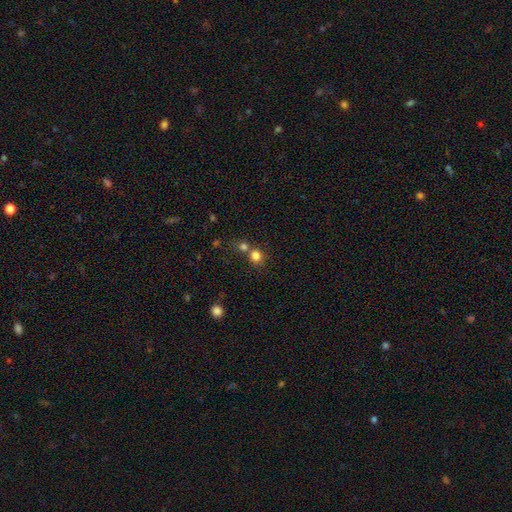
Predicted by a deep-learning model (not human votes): Smooth or featured? smooth (80%)
How rounded? round (83%)
Merging? none (54%)